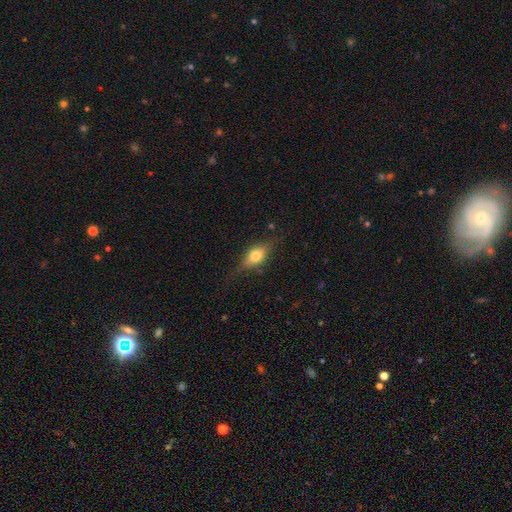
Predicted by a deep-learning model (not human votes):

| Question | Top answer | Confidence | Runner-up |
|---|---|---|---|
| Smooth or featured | smooth | 62% | featured or disk (30%) |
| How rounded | in between | 74% | cigar-shaped (14%) |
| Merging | none | 71% | minor disturbance (21%) |